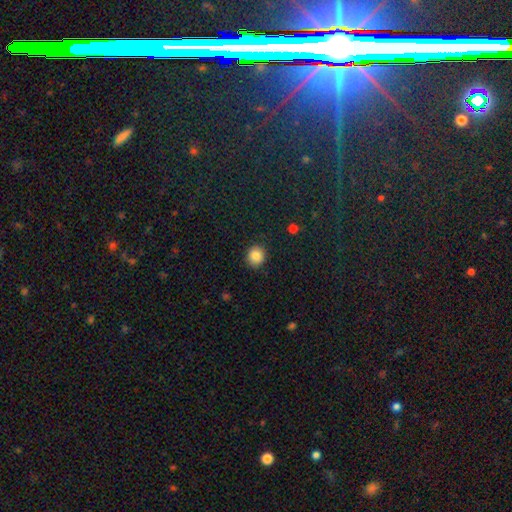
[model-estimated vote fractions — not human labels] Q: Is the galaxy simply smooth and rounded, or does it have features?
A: smooth — 85%.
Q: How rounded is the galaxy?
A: round — 84%.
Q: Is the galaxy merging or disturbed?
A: none — 90%.